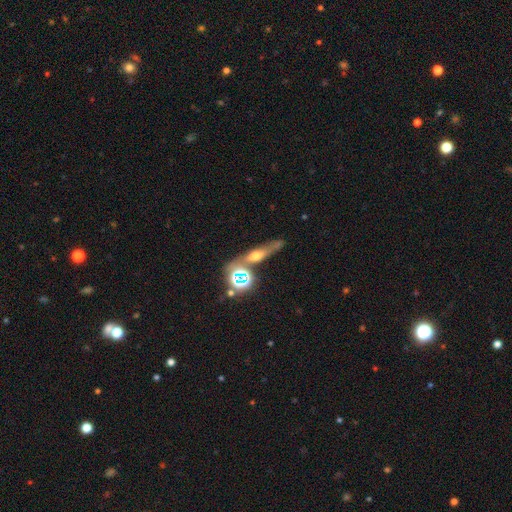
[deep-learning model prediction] smooth-or-featured: featured or disk: 37% | smooth: 36% | star or artifact: 28%
  merging: none: 60% | merger: 19% | minor disturbance: 15% | major disturbance: 7%